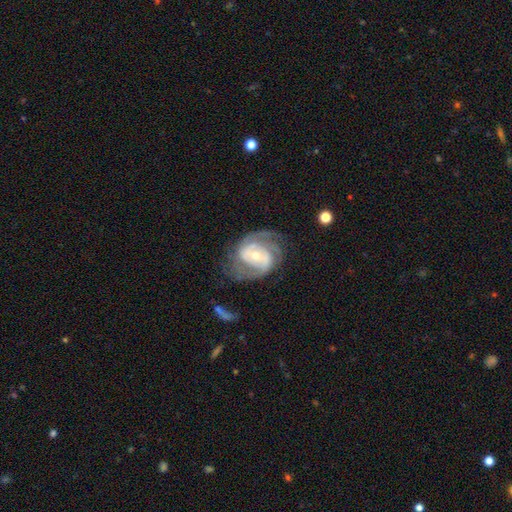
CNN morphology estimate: Overall: featured or disk (89%). Edge-on disk: no (98%). Bar: no (50%; weak 34%). Spiral arms: yes (97%). Spiral arm count: 2 (53%; 3 21%). Spiral winding: tight (48%; medium 41%). Bulge size: small (50%; moderate 46%). Merging: none (66%).